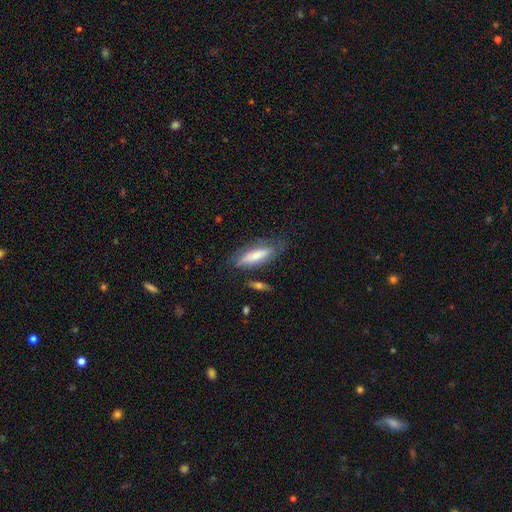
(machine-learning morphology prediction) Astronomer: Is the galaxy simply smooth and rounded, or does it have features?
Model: smooth — 62%.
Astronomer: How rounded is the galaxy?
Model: cigar-shaped — 50% (runner-up: in between, 48%).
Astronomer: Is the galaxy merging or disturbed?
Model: none — 64%.